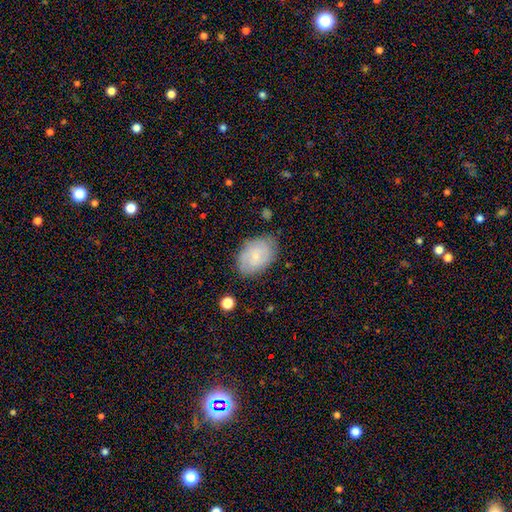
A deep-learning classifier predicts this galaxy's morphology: Smooth or featured? smooth (52%)
How rounded? in between (83%)
Merging? none (74%)